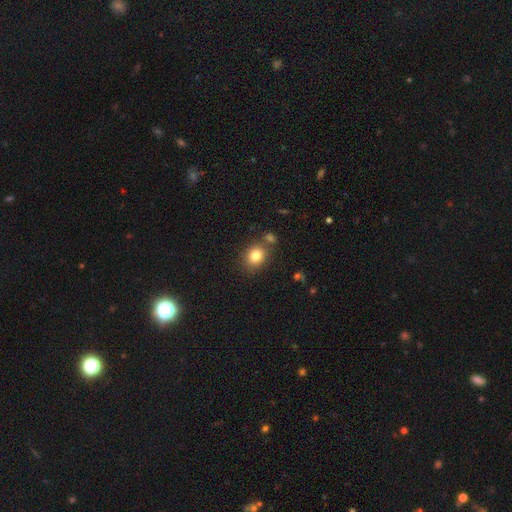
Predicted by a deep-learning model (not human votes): Smooth or featured: smooth — 81% (star or artifact — 11%)
How rounded: round — 58% (in between — 41%)
Merging: none — 73% (merger — 12%)